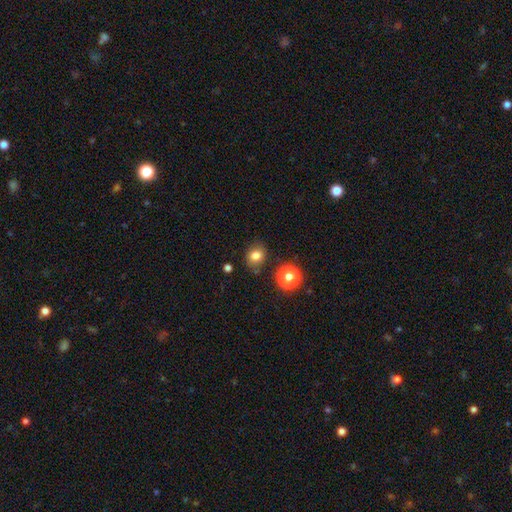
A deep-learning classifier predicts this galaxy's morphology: Smooth or featured: smooth — 79% (star or artifact — 14%)
How rounded: round — 60% (in between — 39%)
Merging: none — 78% (minor disturbance — 14%)